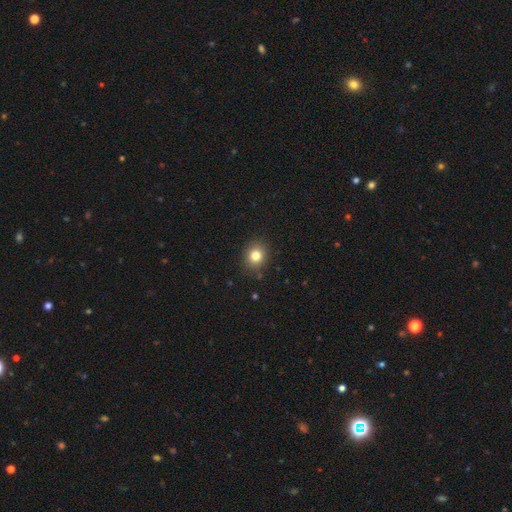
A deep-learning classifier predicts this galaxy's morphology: Q: Smooth or featured?
A: smooth (81%); runner-up: star or artifact (12%)
Q: How rounded?
A: round (72%); runner-up: in between (27%)
Q: Merging?
A: none (87%); runner-up: minor disturbance (9%)